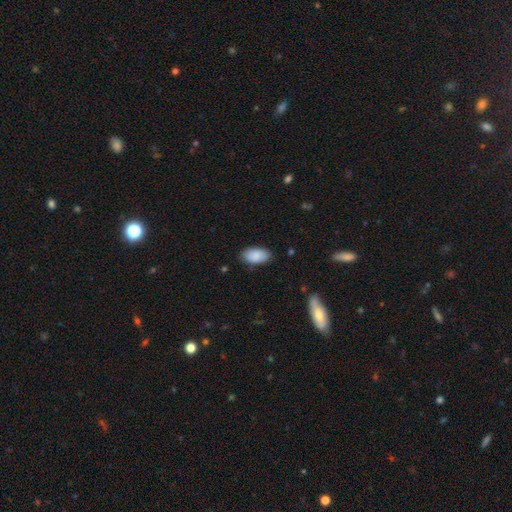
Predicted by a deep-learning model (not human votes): smooth_or_featured: smooth (p=0.88) [alt: star or artifact p=0.06]
how_rounded: in between (p=0.95) [alt: round p=0.03]
merging: none (p=0.82) [alt: minor disturbance p=0.14]